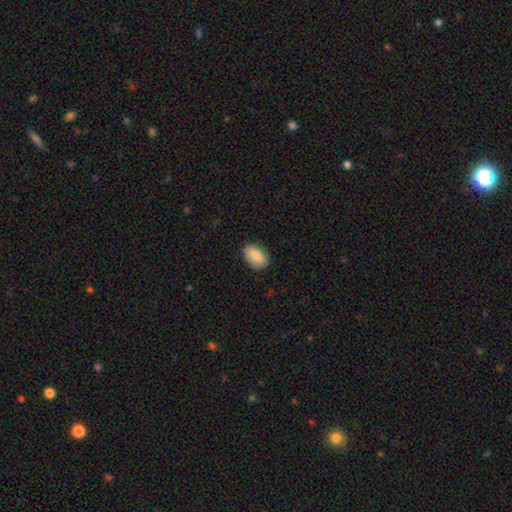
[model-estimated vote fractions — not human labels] smooth 85%, featured or disk 8%, star or artifact 7%. Down the decision tree: how rounded — in between (87%); merging — none (84%).